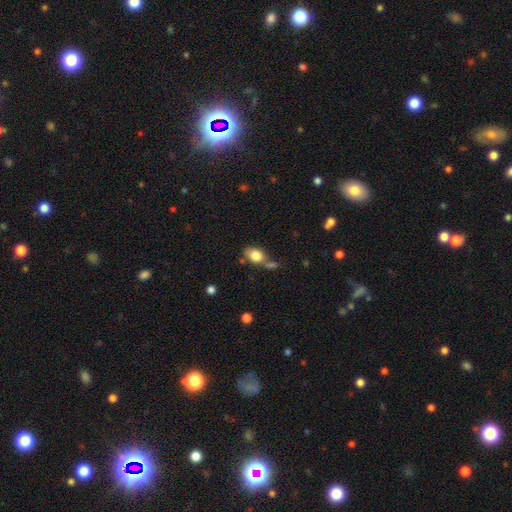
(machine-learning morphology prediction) This is clearly a smooth galaxy (81%). How rounded: likely in between (70%). Merging: possibly none (54%).